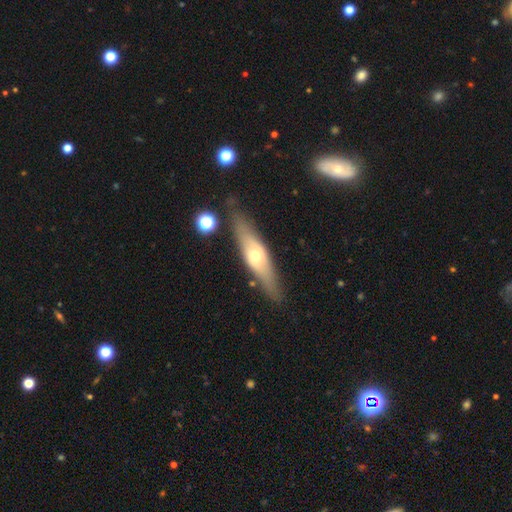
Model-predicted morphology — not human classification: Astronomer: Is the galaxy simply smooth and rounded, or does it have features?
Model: featured or disk — 55% (runner-up: smooth, 39%).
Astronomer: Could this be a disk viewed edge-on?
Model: yes — 70%.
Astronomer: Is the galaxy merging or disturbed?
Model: none — 79%.